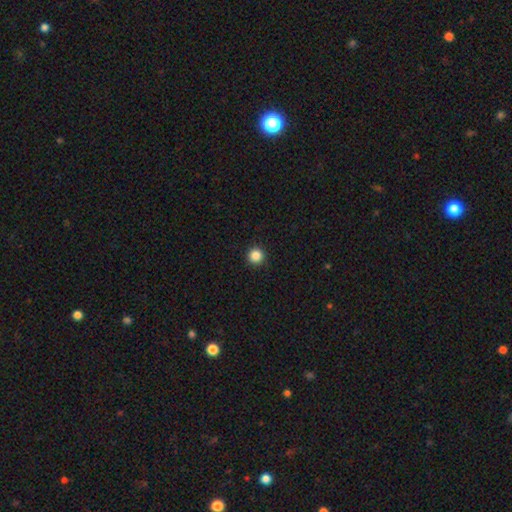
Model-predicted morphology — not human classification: A smooth galaxy with no disk features (86%) that is round (96%).

Vote fractions:
- Smooth or featured? smooth: 86% / star or artifact: 11% / featured or disk: 3%
- How rounded? round: 96% / in between: 3% / cigar-shaped: 1%
- Merging? none: 93% / minor disturbance: 4% / major disturbance: 2% / merger: 1%